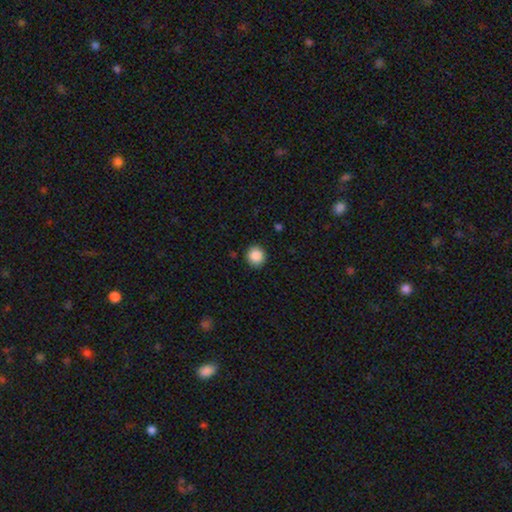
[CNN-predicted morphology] Smooth or featured? smooth (88%)
How rounded? round (93%)
Merging? none (91%)